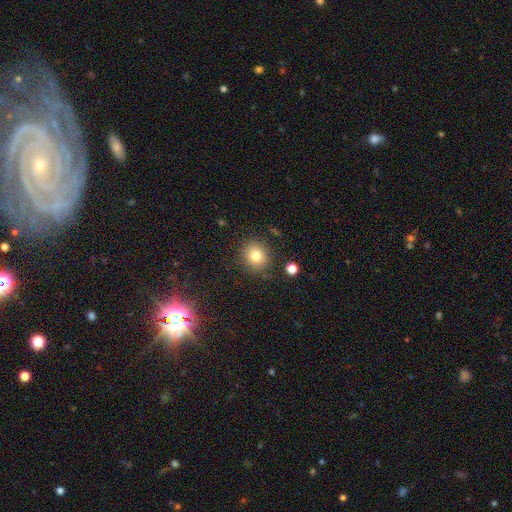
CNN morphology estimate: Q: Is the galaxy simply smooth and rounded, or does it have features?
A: smooth — 79%.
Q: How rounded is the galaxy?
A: round — 82%.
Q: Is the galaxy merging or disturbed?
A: none — 86%.